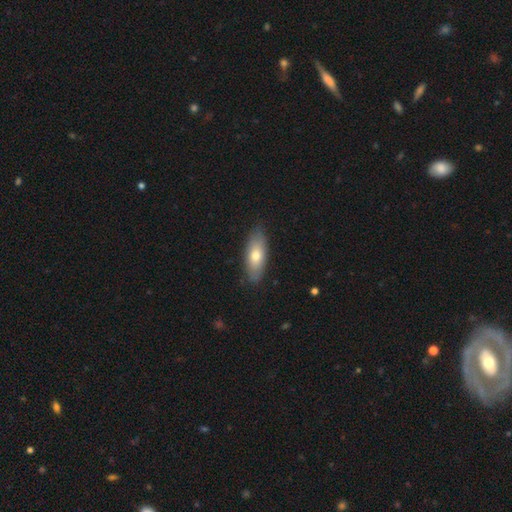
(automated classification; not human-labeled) smooth-or-featured: smooth: 68% | featured or disk: 26% | star or artifact: 6%
  how-rounded: in between: 74% | cigar-shaped: 23% | round: 3%
  merging: none: 84% | minor disturbance: 12% | major disturbance: 2% | merger: 1%